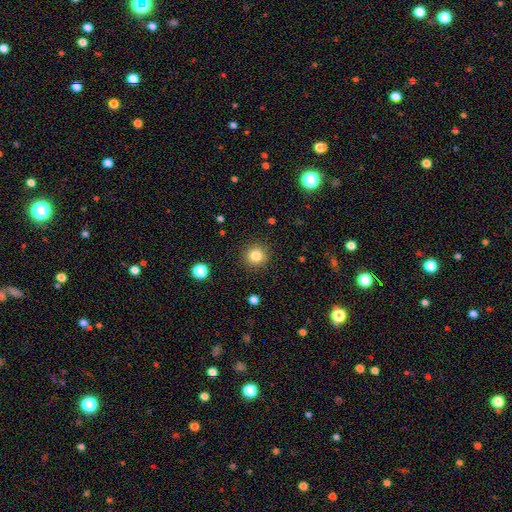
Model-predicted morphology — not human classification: A smooth galaxy with no disk features (83%) that is round (93%).

Vote fractions:
- Smooth or featured? smooth: 83% / star or artifact: 12% / featured or disk: 6%
- How rounded? round: 93% / in between: 6% / cigar-shaped: 1%
- Merging? none: 90% / minor disturbance: 7% / major disturbance: 2% / merger: 1%